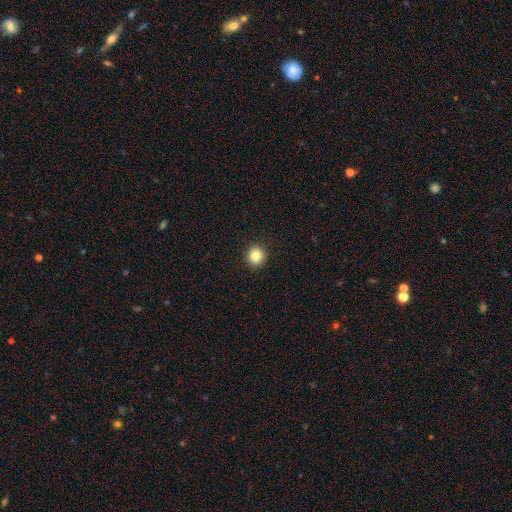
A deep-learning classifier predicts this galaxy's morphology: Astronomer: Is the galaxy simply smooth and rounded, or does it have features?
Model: smooth — 84%.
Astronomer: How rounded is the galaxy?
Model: round — 86%.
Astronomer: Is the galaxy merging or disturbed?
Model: none — 92%.